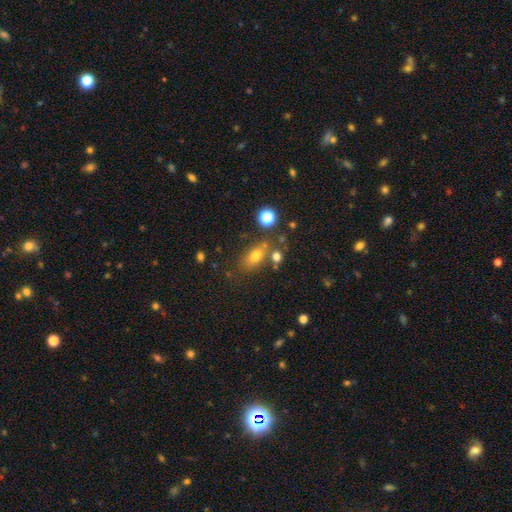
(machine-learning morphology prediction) A smooth galaxy with no disk features (70%) that is in between round and cigar-shaped (77%).

Vote fractions:
- Smooth or featured? smooth: 70% / featured or disk: 15% / star or artifact: 15%
- How rounded? in between: 77% / round: 16% / cigar-shaped: 6%
- Merging? none: 63% / merger: 16% / minor disturbance: 15% / major disturbance: 6%